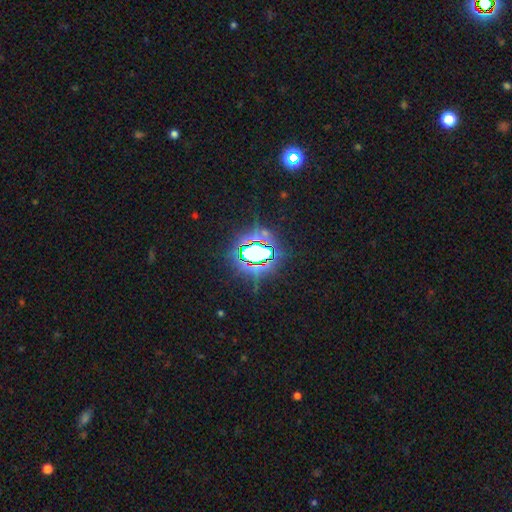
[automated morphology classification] Overall: star or artifact (71%).